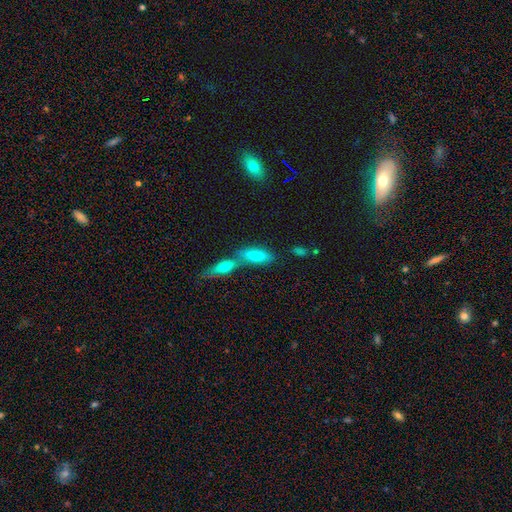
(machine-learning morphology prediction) smooth_or_featured: smooth (p=0.75) [alt: featured or disk p=0.17]
how_rounded: in between (p=0.67) [alt: cigar-shaped p=0.30]
merging: merger (p=0.51) [alt: none p=0.36]